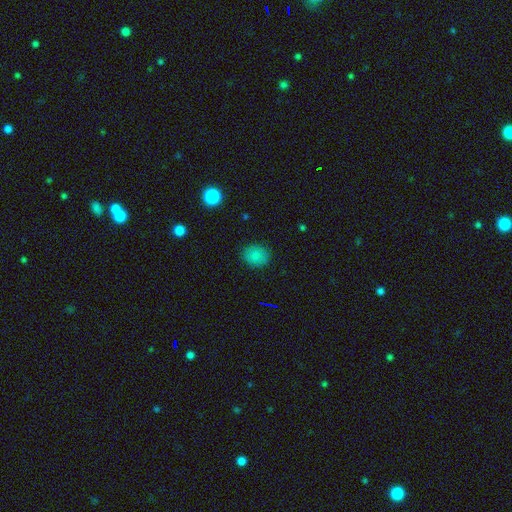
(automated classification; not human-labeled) Smooth or featured: smooth — 82% (star or artifact — 12%)
How rounded: round — 64% (in between — 35%)
Merging: none — 87% (minor disturbance — 9%)